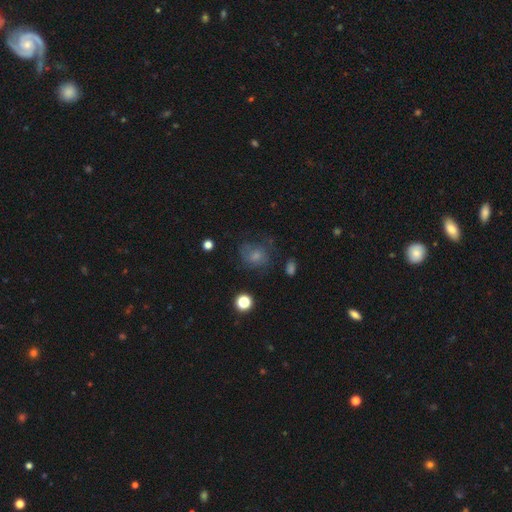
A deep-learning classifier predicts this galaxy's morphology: Smooth or featured? smooth (58%)
How rounded? round (64%)
Merging? none (54%)